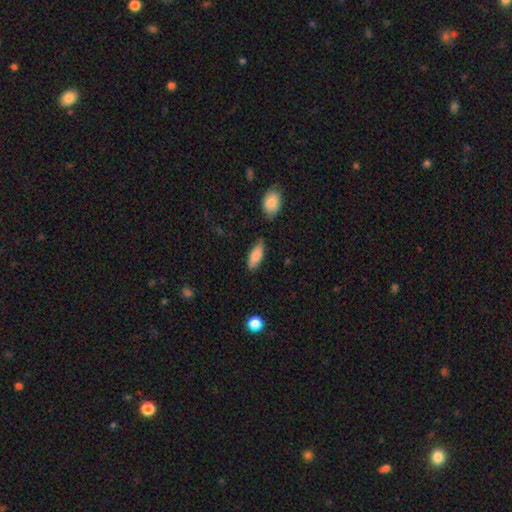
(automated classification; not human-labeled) smooth 83%, featured or disk 10%, star or artifact 6%. Down the decision tree: how rounded — in between (74%); merging — none (77%).